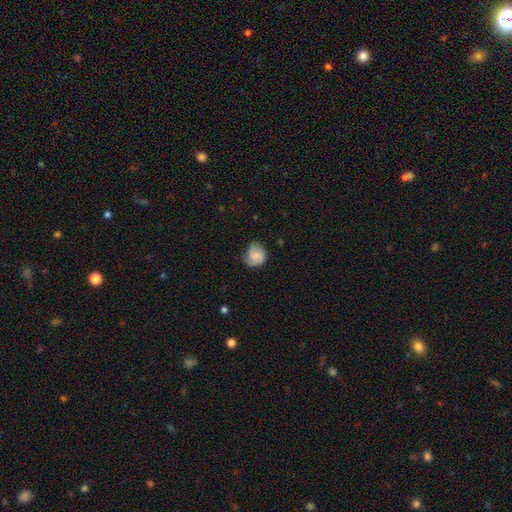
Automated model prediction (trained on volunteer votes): Morphology: type=smooth (53%); roundness=round (69%); merging=none (55%).